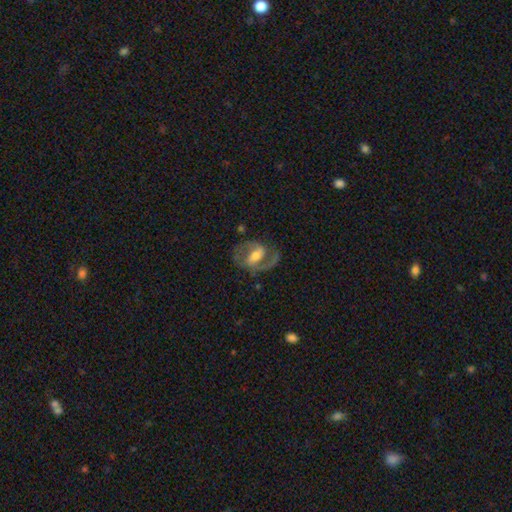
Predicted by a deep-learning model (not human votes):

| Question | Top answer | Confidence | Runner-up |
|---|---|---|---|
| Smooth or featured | featured or disk | 83% | smooth (12%) |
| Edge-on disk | no | 97% | yes (3%) |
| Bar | weak | 43% | strong (39%) |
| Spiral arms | yes | 92% | no (8%) |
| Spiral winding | medium | 58% | loose (24%) |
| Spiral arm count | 2 | 85% | 1 (7%) |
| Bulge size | moderate | 57% | small (26%) |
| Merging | none | 69% | minor disturbance (16%) |